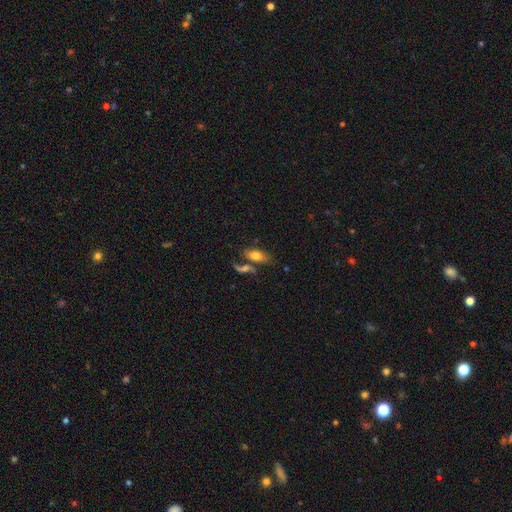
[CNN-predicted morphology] Smooth or featured?
  - smooth: 70% *
  - featured or disk: 21%
  - star or artifact: 9%
How rounded?
  - in between: 81% *
  - cigar-shaped: 14%
  - round: 5%
Merging?
  - none: 51% *
  - merger: 27%
  - minor disturbance: 15%
  - major disturbance: 7%